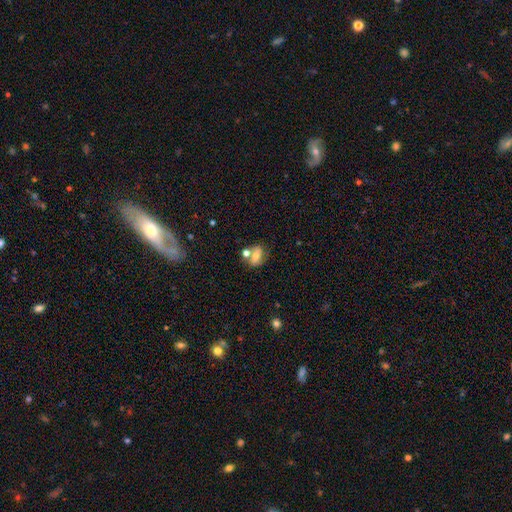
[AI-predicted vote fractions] The model was most divided on "merging": none: 52%, merger: 26%, minor disturbance: 16%, major disturbance: 6%. More confident: how rounded — in between (71%); smooth or featured — smooth (63%).